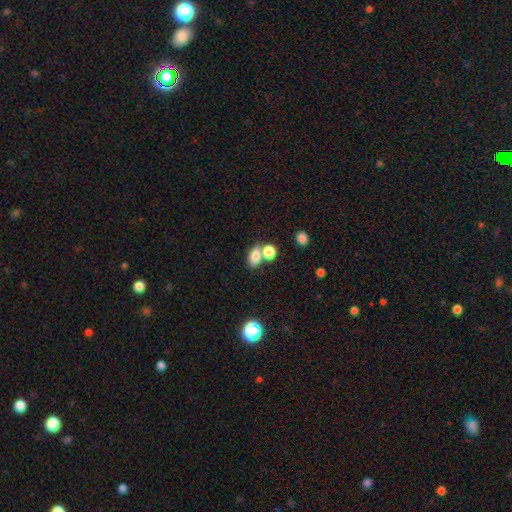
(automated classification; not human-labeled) This appears to be a smooth galaxy with no disk features (78%) that is in between round and cigar-shaped (78%). Merging: none (45%).